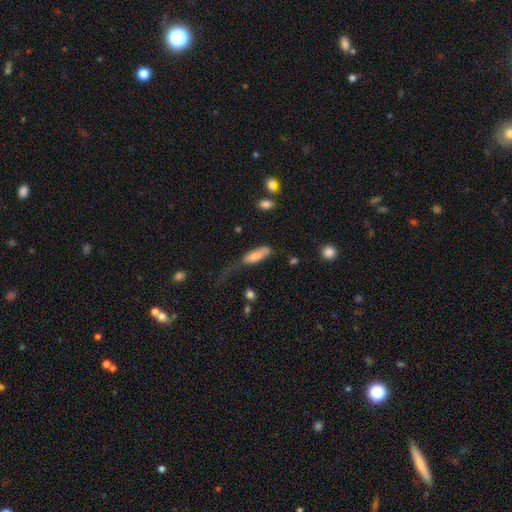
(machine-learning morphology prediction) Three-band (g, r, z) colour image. It shows a smooth galaxy with no disk features (78%) that is in between round and cigar-shaped (58%). Merging: major disturbance (35%).